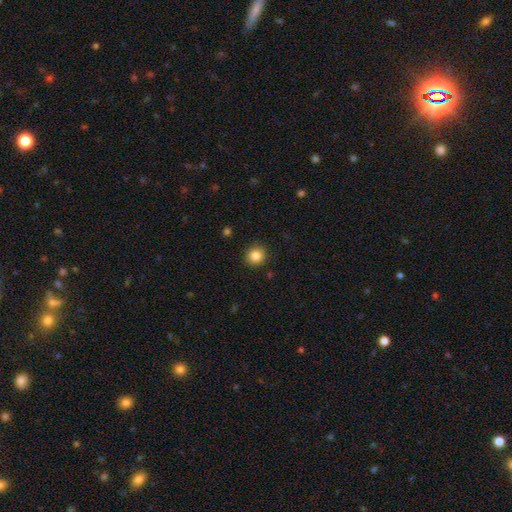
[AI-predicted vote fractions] The model was most divided on "smooth or featured": smooth: 85%, star or artifact: 10%, featured or disk: 5%. More confident: how rounded — round (93%); merging — none (91%).